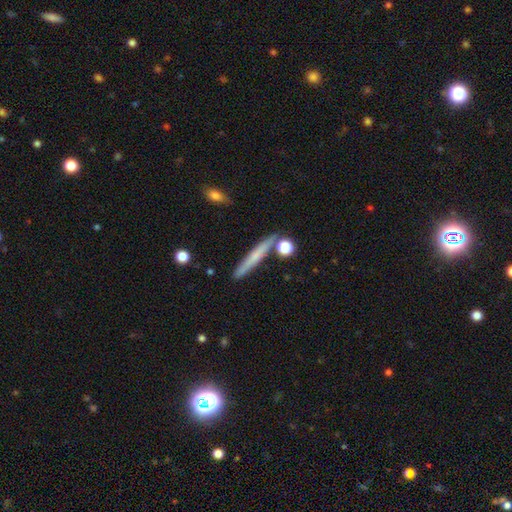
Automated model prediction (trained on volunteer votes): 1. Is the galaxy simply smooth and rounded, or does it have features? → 55% smooth, 38% featured or disk, 7% star or artifact.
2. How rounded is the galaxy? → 93% cigar-shaped, 4% in between, 3% round.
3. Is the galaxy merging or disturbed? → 82% none, 10% minor disturbance, 6% merger, 2% major disturbance.